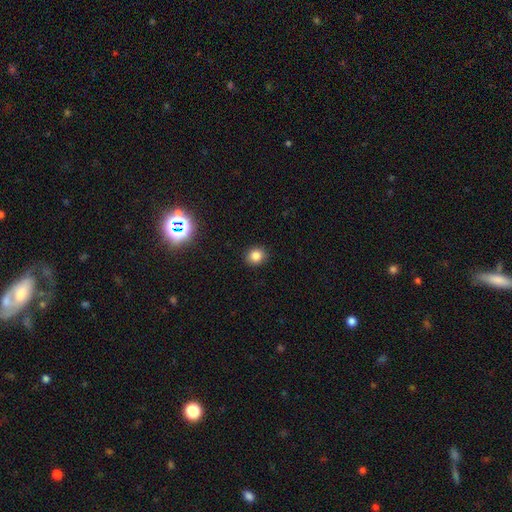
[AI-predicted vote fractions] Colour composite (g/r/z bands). It shows a smooth galaxy with no disk features (82%) that is round (78%). Merging: none (91%).